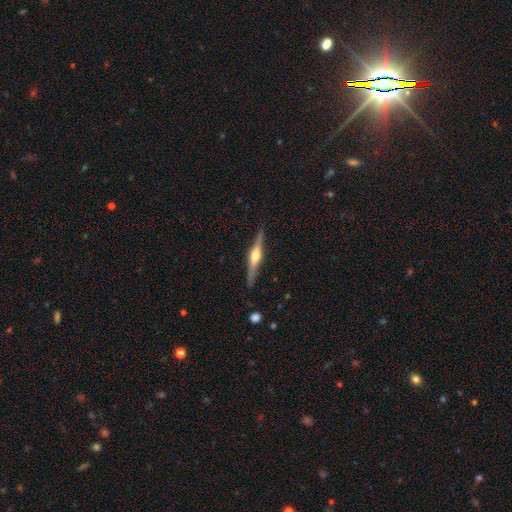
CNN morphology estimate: smooth-or-featured: featured or disk: 74% | smooth: 21% | star or artifact: 5%
  disk-edge-on: yes: 98% | no: 2%
    edge-on-bulge: rounded: 89% | boxy: 8% | none: 4%
  merging: none: 88% | minor disturbance: 9% | major disturbance: 2% | merger: 1%